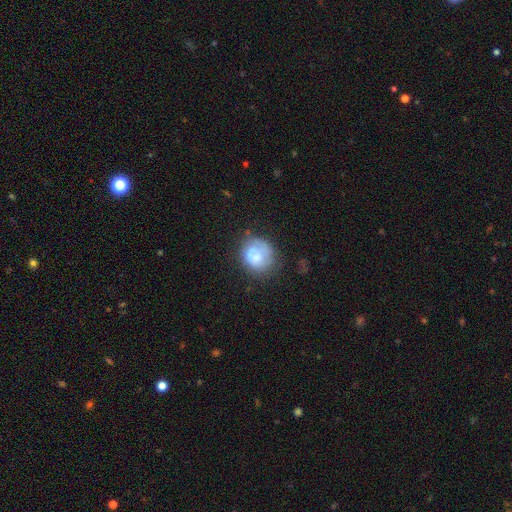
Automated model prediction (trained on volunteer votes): Q: Smooth or featured?
A: smooth (56%); runner-up: featured or disk (35%)
Q: How rounded?
A: round (81%); runner-up: in between (18%)
Q: Merging?
A: none (56%); runner-up: minor disturbance (25%)